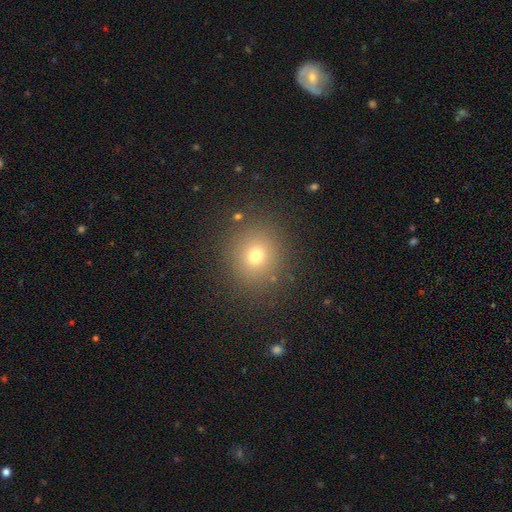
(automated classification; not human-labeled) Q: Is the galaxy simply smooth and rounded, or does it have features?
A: smooth — 70%.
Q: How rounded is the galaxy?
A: round — 84%.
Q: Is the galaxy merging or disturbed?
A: none — 87%.